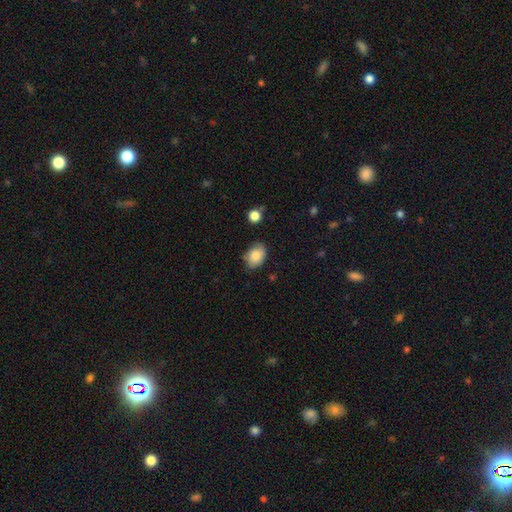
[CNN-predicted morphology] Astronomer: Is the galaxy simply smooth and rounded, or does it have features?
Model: smooth — 86%.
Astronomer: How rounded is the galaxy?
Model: in between — 78%.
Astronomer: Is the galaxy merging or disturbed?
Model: none — 74%.